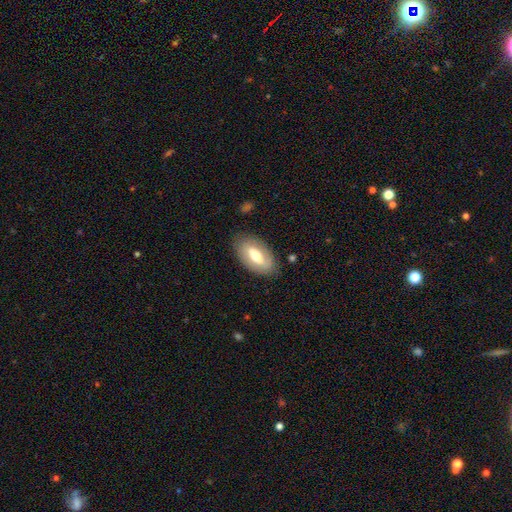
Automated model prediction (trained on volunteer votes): This appears to be a smooth galaxy with no disk features (52%) that is in between round and cigar-shaped (92%). Merging: none (82%).